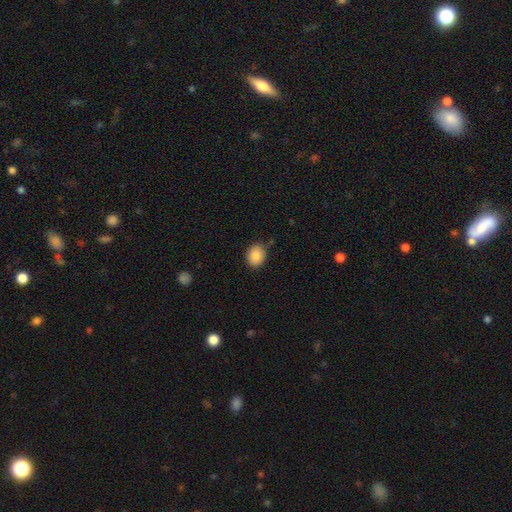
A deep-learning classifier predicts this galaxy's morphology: Smooth or featured: smooth — 86% (star or artifact — 8%)
How rounded: round — 53% (in between — 46%)
Merging: none — 82% (minor disturbance — 13%)